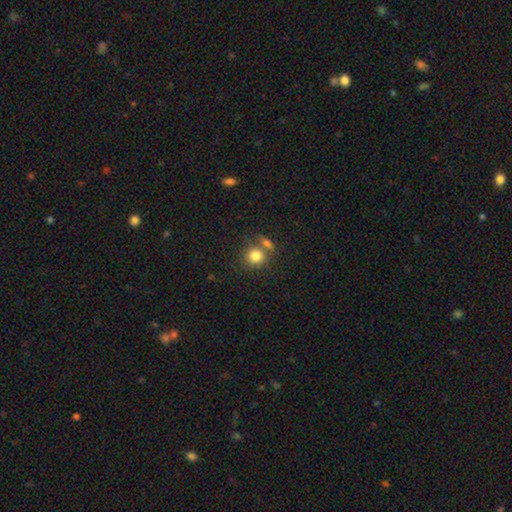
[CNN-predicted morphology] This is clearly a smooth galaxy (82%). How rounded: clearly round (85%). Merging: possibly none (56%).